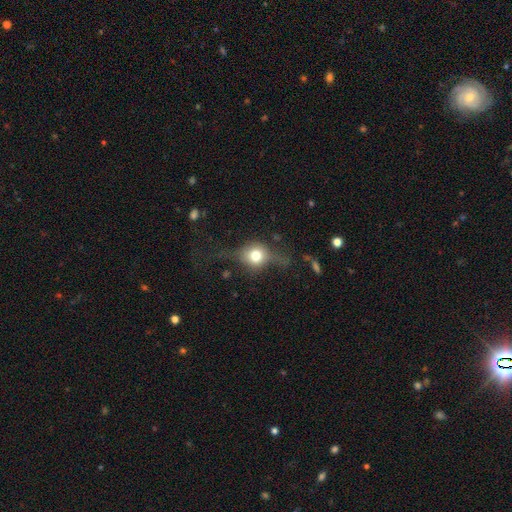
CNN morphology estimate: Q: Smooth or featured?
A: smooth (52%); runner-up: featured or disk (36%)
Q: How rounded?
A: round (76%); runner-up: in between (20%)
Q: Merging?
A: none (58%); runner-up: minor disturbance (22%)